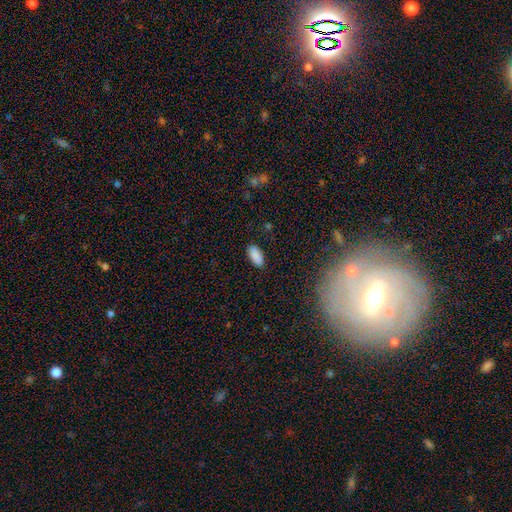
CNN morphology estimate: smooth 89%, star or artifact 8%, featured or disk 3%. Down the decision tree: how rounded — in between (91%); merging — none (87%).